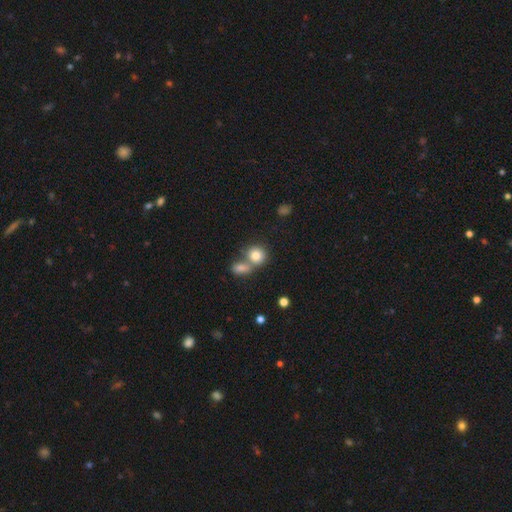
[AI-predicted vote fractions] Smooth or featured?
  - smooth: 81% *
  - star or artifact: 10%
  - featured or disk: 10%
How rounded?
  - round: 78% *
  - in between: 21%
  - cigar-shaped: 1%
Merging?
  - merger: 45% *
  - none: 44%
  - minor disturbance: 8%
  - major disturbance: 3%